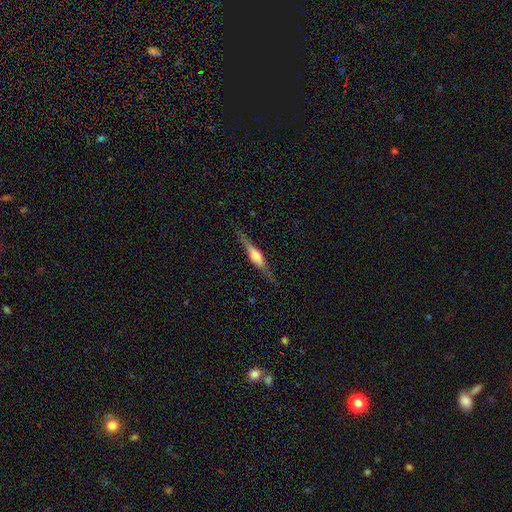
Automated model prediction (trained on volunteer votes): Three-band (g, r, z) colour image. It shows a featured or disk galaxy (70%) viewed edge-on (97%) with a rounded central bulge (73%). Merging: none (85%).